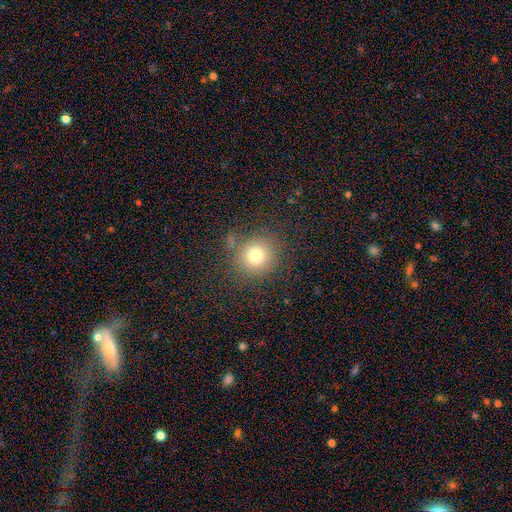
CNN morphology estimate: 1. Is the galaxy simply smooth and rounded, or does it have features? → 75% smooth, 16% star or artifact, 9% featured or disk.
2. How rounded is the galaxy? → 89% round, 10% in between, 1% cigar-shaped.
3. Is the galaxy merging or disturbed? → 81% none, 11% minor disturbance, 5% major disturbance, 4% merger.